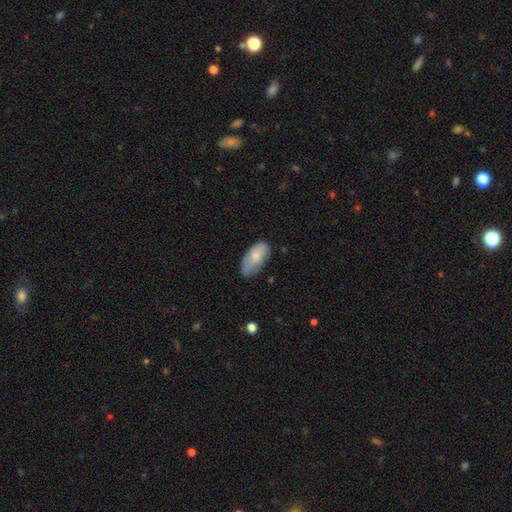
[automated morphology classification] Overall: smooth (77%). How rounded: in between (93%). Merging: none (60%; minor disturbance 30%).